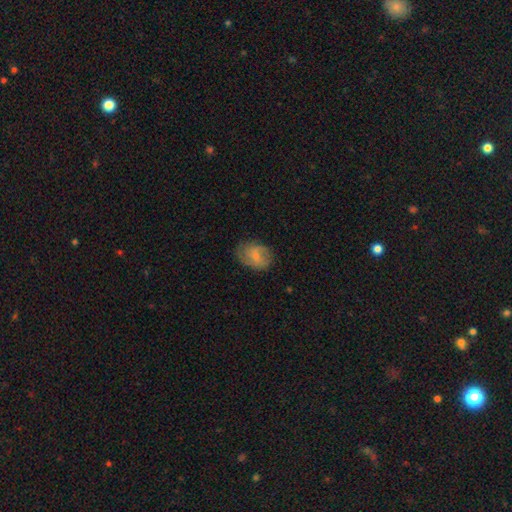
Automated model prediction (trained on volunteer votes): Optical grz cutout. It shows a smooth galaxy with no disk features (51%) that is in between round and cigar-shaped (65%). Merging: none (67%).